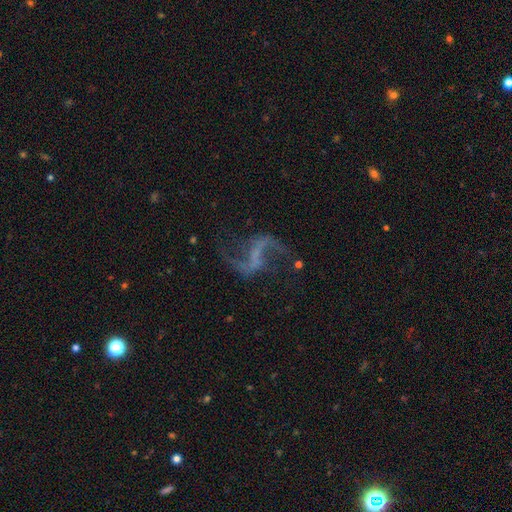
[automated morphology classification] smooth_or_featured: featured or disk (p=0.87) [alt: star or artifact p=0.08]
disk_edge_on: no (p=0.97) [alt: yes p=0.03]
bar: strong (p=0.40) [alt: weak p=0.38]
has_spiral_arms: yes (p=0.94) [alt: no p=0.06]
spiral_winding: loose (p=0.87) [alt: medium p=0.11]
spiral_arm_count: 2 (p=0.93) [alt: 1 p=0.02]
bulge_size: none (p=0.63) [alt: small p=0.27]
merging: none (p=0.71) [alt: minor disturbance p=0.13]